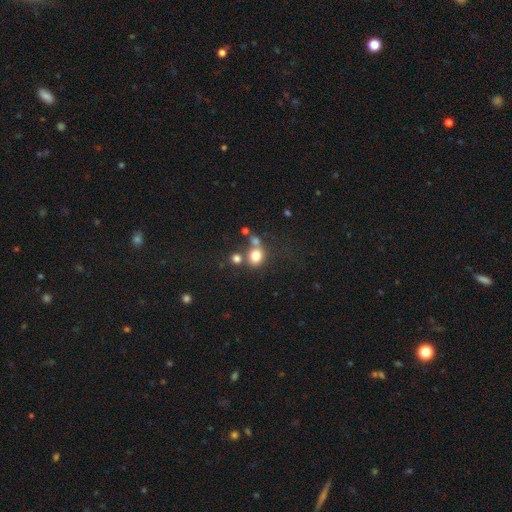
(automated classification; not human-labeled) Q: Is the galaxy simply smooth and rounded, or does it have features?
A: smooth — 77%.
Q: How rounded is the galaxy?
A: round — 74%.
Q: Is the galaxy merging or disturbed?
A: none — 55%.